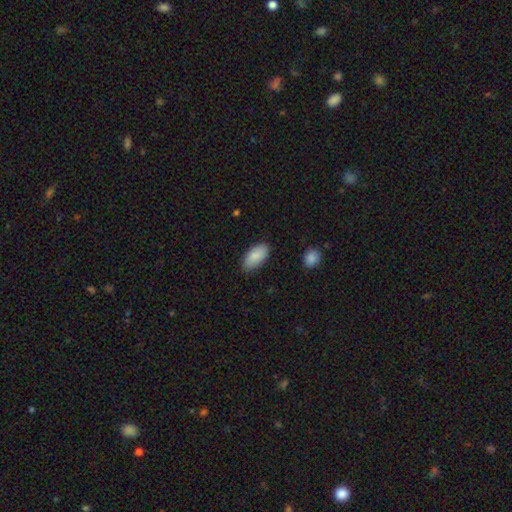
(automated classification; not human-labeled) smooth_or_featured: smooth (p=0.87) [alt: featured or disk p=0.07]
how_rounded: in between (p=0.94) [alt: cigar-shaped p=0.04]
merging: none (p=0.84) [alt: minor disturbance p=0.12]